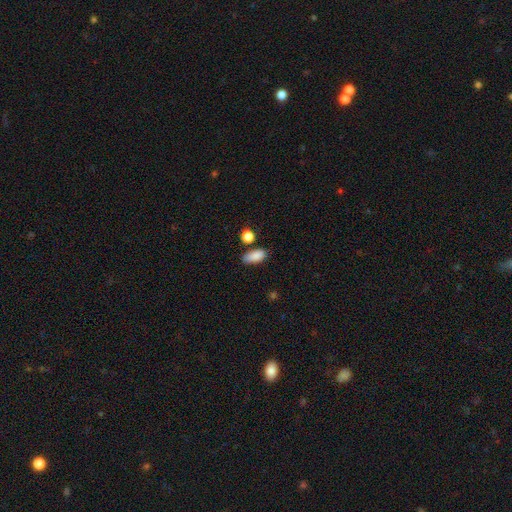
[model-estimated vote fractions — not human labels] Morphology: type=smooth (87%); roundness=in between (88%); merging=none (72%).